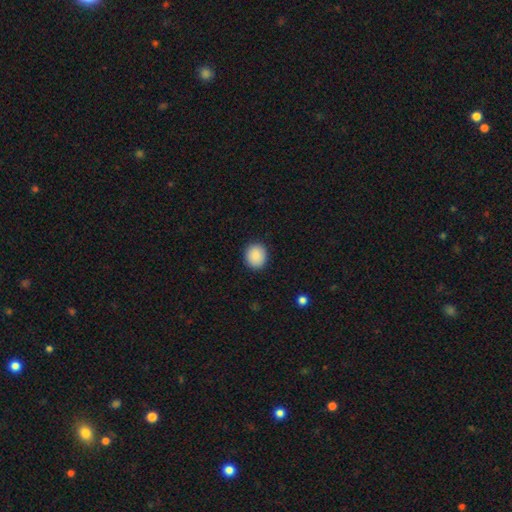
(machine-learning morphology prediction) A smooth galaxy with no disk features (89%) that is round (80%). Merging: none (91%).